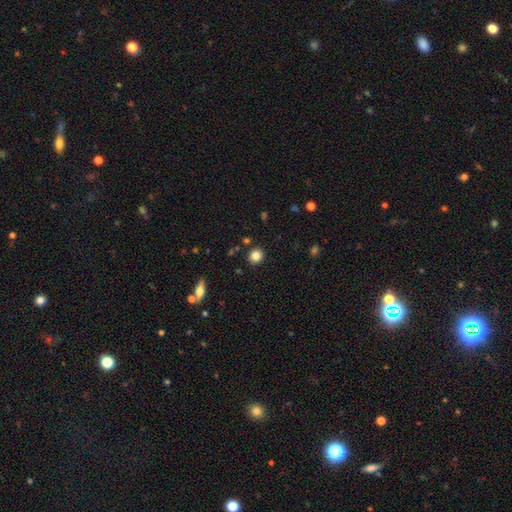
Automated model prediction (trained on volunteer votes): A smooth galaxy with no disk features (83%) that is round (86%).

Vote fractions:
- Smooth or featured? smooth: 83% / star or artifact: 11% / featured or disk: 6%
- How rounded? round: 86% / in between: 13% / cigar-shaped: 1%
- Merging? none: 89% / minor disturbance: 7% / merger: 2% / major disturbance: 2%